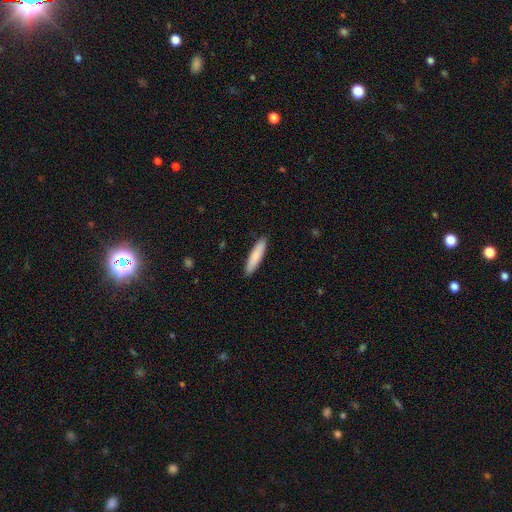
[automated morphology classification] A smooth galaxy with no disk features (82%) that is cigar-shaped (82%).

Vote fractions:
- Smooth or featured? smooth: 82% / featured or disk: 13% / star or artifact: 5%
- How rounded? cigar-shaped: 82% / in between: 17% / round: 1%
- Merging? none: 90% / minor disturbance: 7% / major disturbance: 1% / merger: 1%